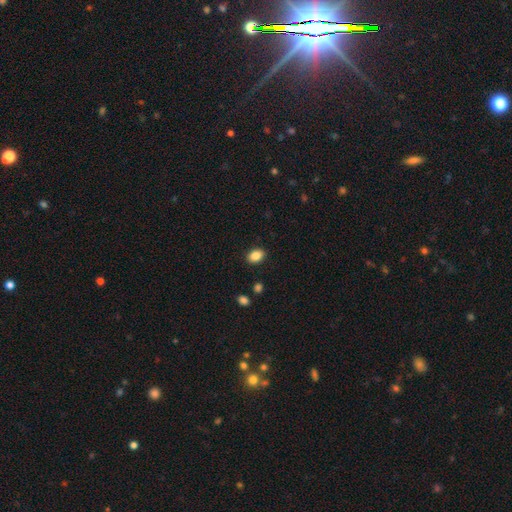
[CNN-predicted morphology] smooth 87%, star or artifact 9%, featured or disk 5%. Down the decision tree: how rounded — in between (81%); merging — none (88%).